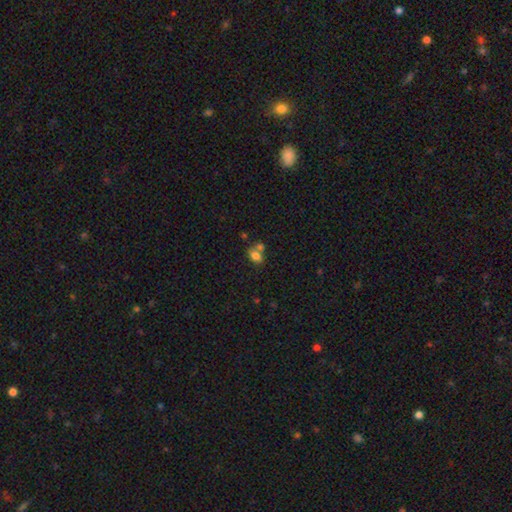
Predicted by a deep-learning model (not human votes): This is likely a smooth galaxy (77%). How rounded: likely in between (68%). Merging: possibly merger (47%).